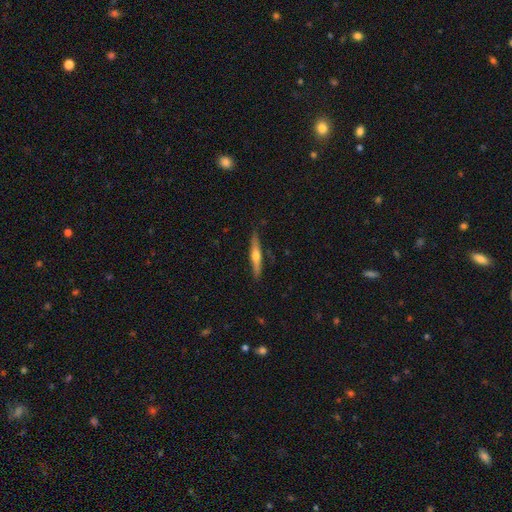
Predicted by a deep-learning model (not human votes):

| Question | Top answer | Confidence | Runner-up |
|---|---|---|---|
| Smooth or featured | featured or disk | 58% | smooth (37%) |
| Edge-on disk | yes | 96% | no (4%) |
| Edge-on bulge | rounded | 87% | none (8%) |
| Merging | none | 87% | minor disturbance (10%) |